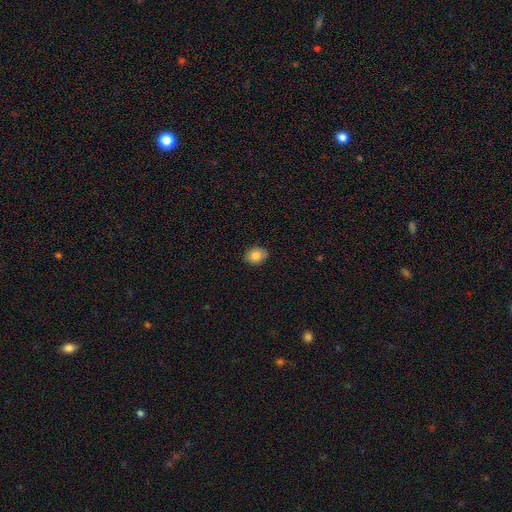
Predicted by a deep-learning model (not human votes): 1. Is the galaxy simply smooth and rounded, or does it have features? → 83% smooth, 9% featured or disk, 8% star or artifact.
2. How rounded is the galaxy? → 57% in between, 42% round, 1% cigar-shaped.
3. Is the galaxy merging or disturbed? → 88% none, 10% minor disturbance, 2% major disturbance, 1% merger.